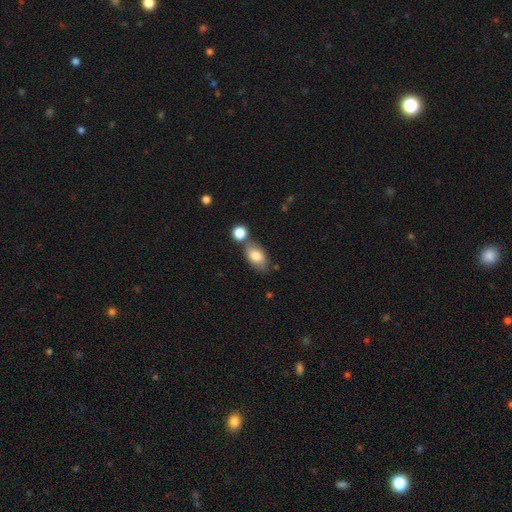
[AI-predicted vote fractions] Smooth or featured? Predicted: smooth (p=0.80). How rounded? Predicted: in between (p=0.89). Merging? Predicted: none (p=0.59).